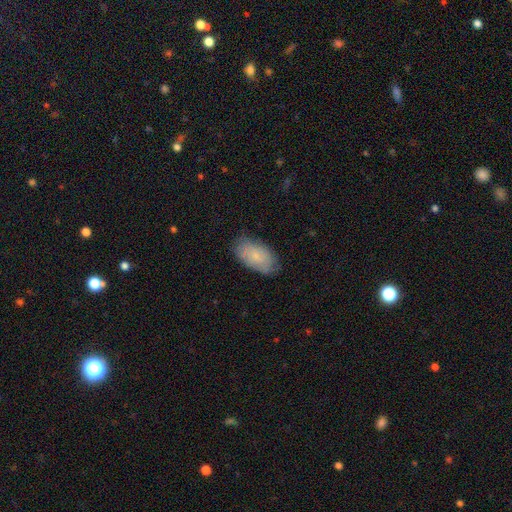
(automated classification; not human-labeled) This is likely a smooth galaxy (73%). How rounded: clearly in between (94%). Merging: likely none (76%).